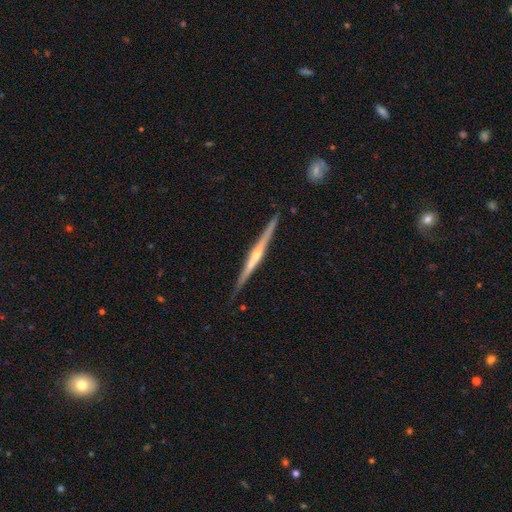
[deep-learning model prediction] Smooth or featured? Predicted: featured or disk (p=0.82). Edge-on disk? Predicted: yes (p=0.98). Edge-on bulge? Predicted: rounded (p=0.72). Merging? Predicted: none (p=0.91).